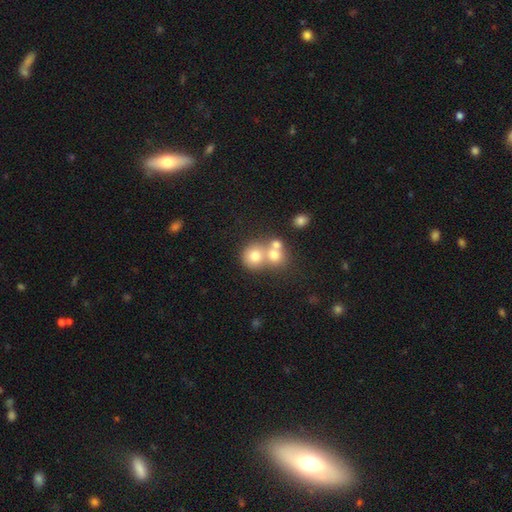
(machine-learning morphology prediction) Smooth or featured? Predicted: smooth (p=0.68). How rounded? Predicted: round (p=0.82). Merging? Predicted: merger (p=0.54).